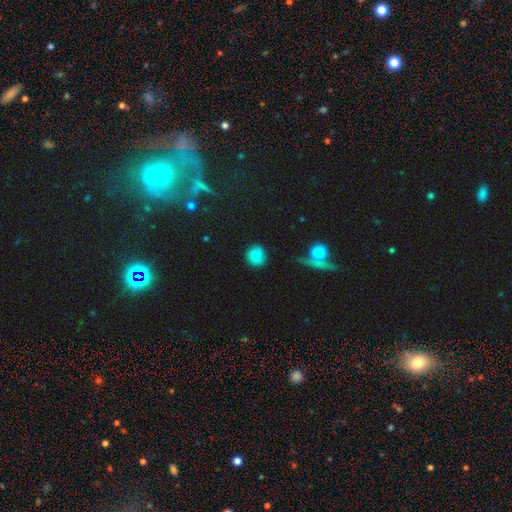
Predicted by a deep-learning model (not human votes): A smooth galaxy with no disk features (76%) that is round (85%). Merging: none (77%).